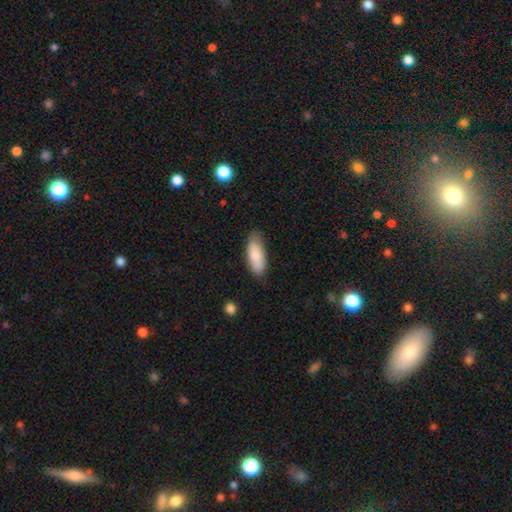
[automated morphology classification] smooth-or-featured: smooth: 84% | featured or disk: 11% | star or artifact: 6%
  how-rounded: in between: 75% | cigar-shaped: 24% | round: 2%
  merging: none: 75% | minor disturbance: 20% | major disturbance: 4% | merger: 2%